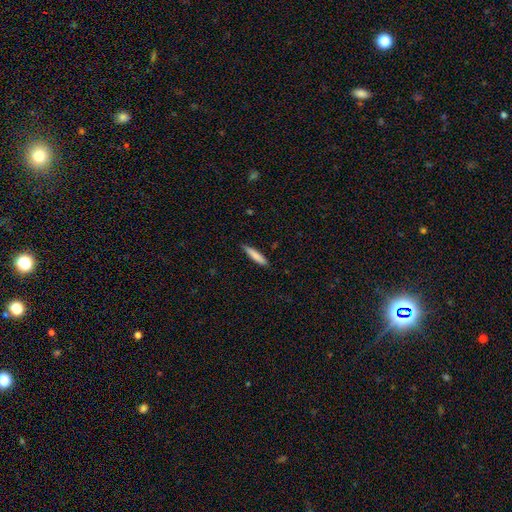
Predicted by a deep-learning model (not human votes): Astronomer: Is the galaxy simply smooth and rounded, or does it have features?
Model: smooth — 79%.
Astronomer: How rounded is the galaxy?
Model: cigar-shaped — 88%.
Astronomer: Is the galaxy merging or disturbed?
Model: none — 86%.